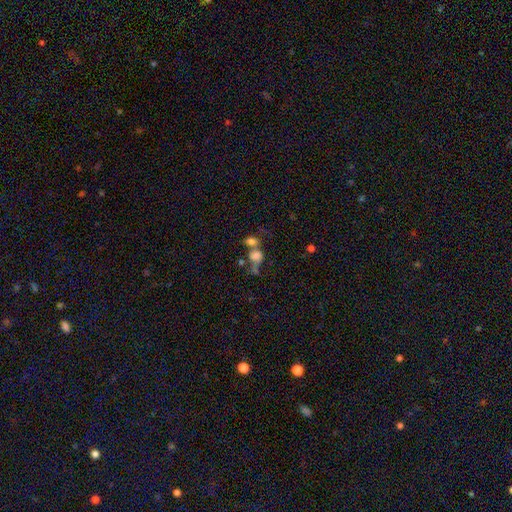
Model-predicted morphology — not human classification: Smooth or featured?
  - smooth: 64% *
  - featured or disk: 22%
  - star or artifact: 14%
How rounded?
  - in between: 60% *
  - round: 37%
  - cigar-shaped: 2%
Merging?
  - merger: 55% *
  - none: 18%
  - major disturbance: 17%
  - minor disturbance: 9%